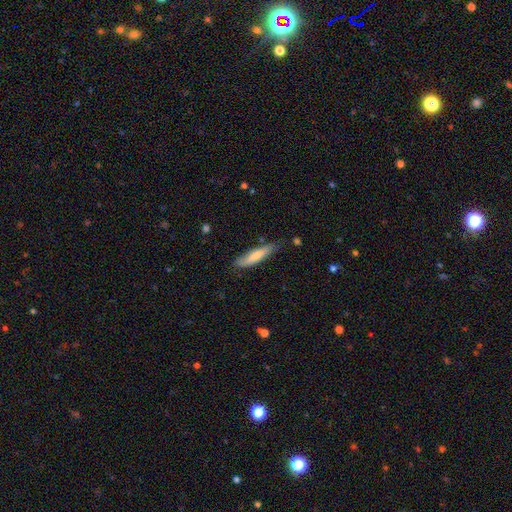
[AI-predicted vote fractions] Smooth or featured: smooth — 64% (featured or disk — 30%)
How rounded: cigar-shaped — 81% (in between — 17%)
Merging: none — 73% (minor disturbance — 22%)